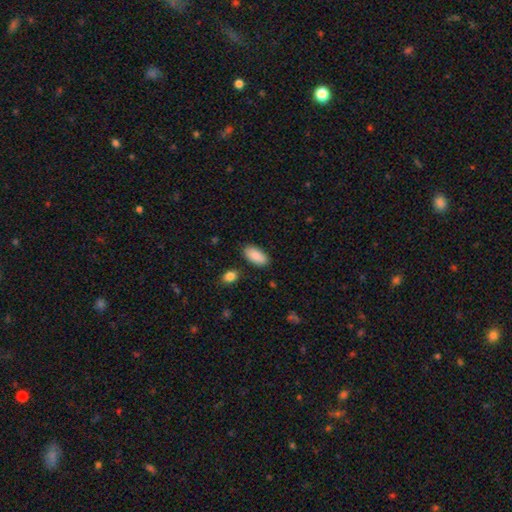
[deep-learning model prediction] smooth_or_featured: smooth (p=0.89) [alt: star or artifact p=0.06]
how_rounded: in between (p=0.92) [alt: cigar-shaped p=0.06]
merging: none (p=0.86) [alt: minor disturbance p=0.09]